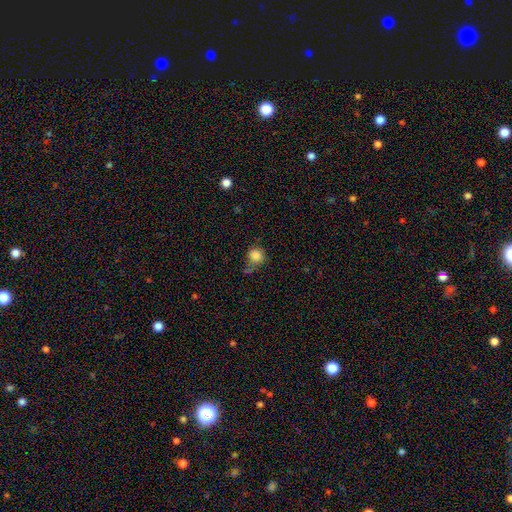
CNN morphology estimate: This appears to be a smooth galaxy with no disk features (85%) that is round (87%). Merging: none (52%).